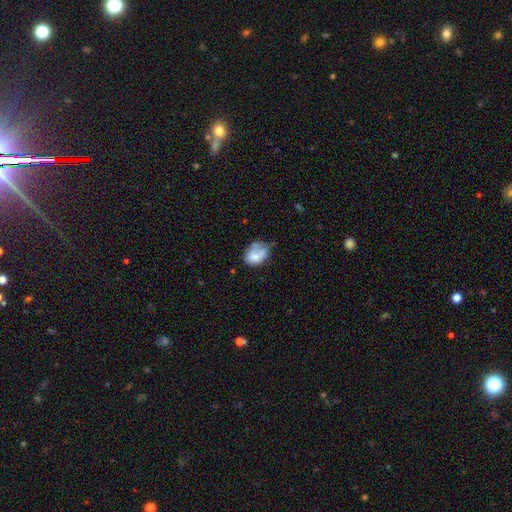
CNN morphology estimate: Smooth or featured: smooth — 63% (featured or disk — 28%)
How rounded: in between — 66% (round — 33%)
Merging: none — 33% (minor disturbance — 32%)